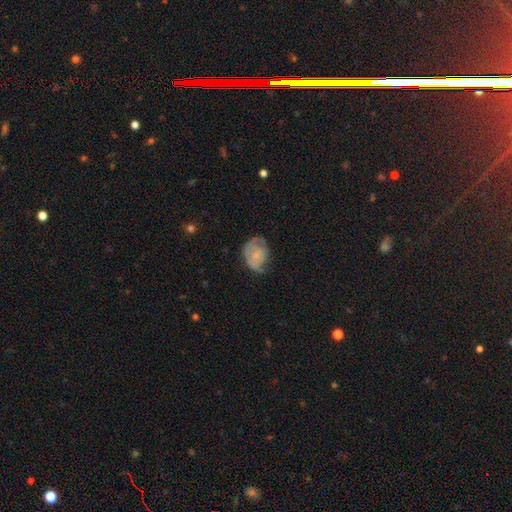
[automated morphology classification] Smooth or featured?
  - featured or disk: 53% *
  - smooth: 40%
  - star or artifact: 7%
Edge-on disk?
  - no: 97% *
  - yes: 3%
Bar?
  - no: 80% *
  - weak: 17%
  - strong: 3%
Spiral arms?
  - yes: 61% *
  - no: 39%
Bulge size?
  - small: 61% *
  - moderate: 25%
  - none: 11%
  - large: 2%
  - dominant: 1%
Merging?
  - none: 41% *
  - minor disturbance: 36%
  - major disturbance: 21%
  - merger: 2%